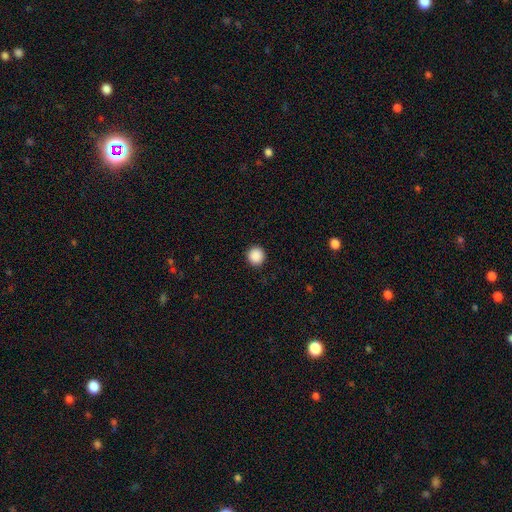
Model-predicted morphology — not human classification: smooth-or-featured: smooth: 89% | star or artifact: 9% | featured or disk: 2%
  how-rounded: round: 94% | in between: 5% | cigar-shaped: 1%
  merging: none: 93% | minor disturbance: 5% | major disturbance: 2% | merger: 1%